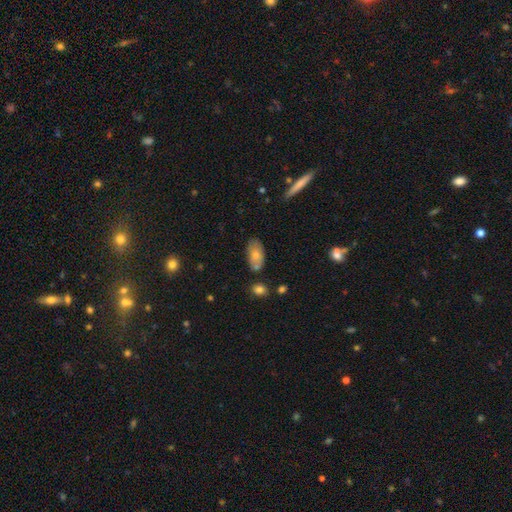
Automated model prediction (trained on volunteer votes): Smooth or featured? Predicted: smooth (p=0.72). How rounded? Predicted: in between (p=0.92). Merging? Predicted: none (p=0.67).